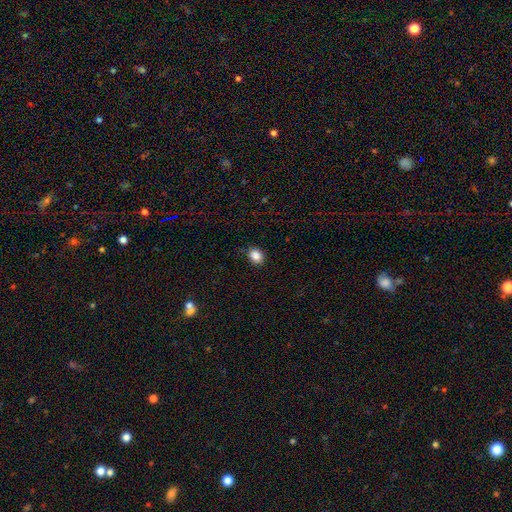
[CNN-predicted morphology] smooth 86%, star or artifact 10%, featured or disk 4%. Down the decision tree: how rounded — round (51%); merging — none (84%).